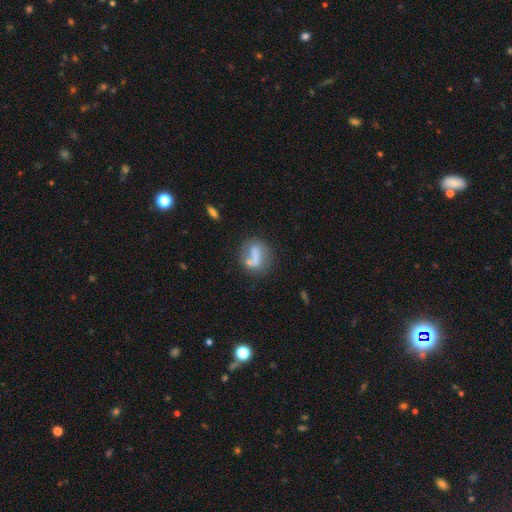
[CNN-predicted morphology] This appears to be a smooth galaxy with no disk features (55%) that is round (50%). Merging: none (44%).